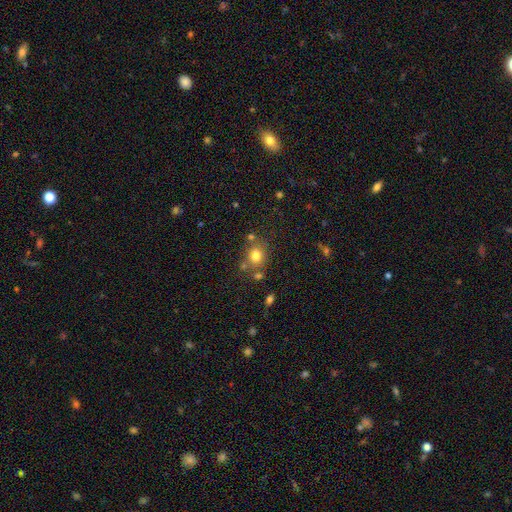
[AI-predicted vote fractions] A smooth galaxy with no disk features (77%) that is round (71%). Merging: none (70%).